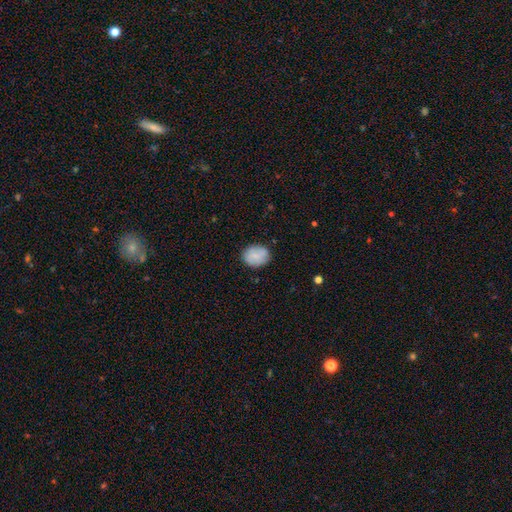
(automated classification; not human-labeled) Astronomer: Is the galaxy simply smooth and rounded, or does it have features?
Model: smooth — 78%.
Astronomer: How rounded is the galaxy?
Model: in between — 50% (runner-up: round, 49%).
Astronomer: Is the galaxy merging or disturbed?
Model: none — 82%.